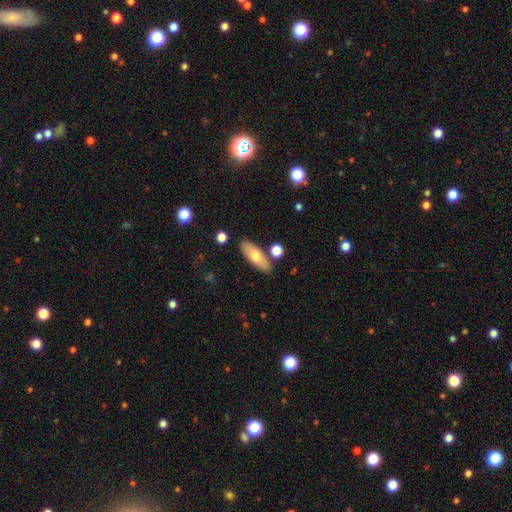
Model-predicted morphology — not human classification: A smooth galaxy with no disk features (72%) that is in between round and cigar-shaped (66%). Merging: none (82%).